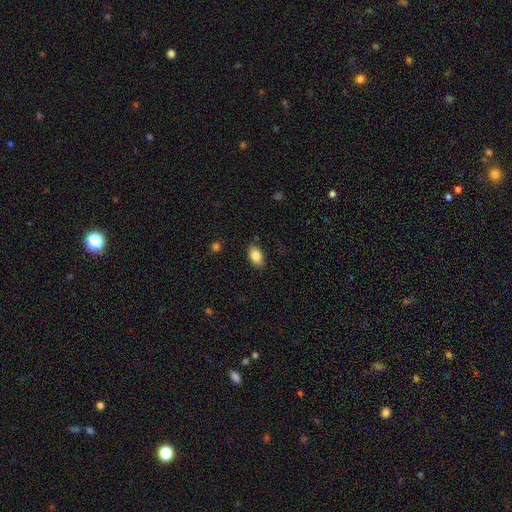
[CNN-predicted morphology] type=smooth (86%); roundness=in between (92%); merging=none (84%).